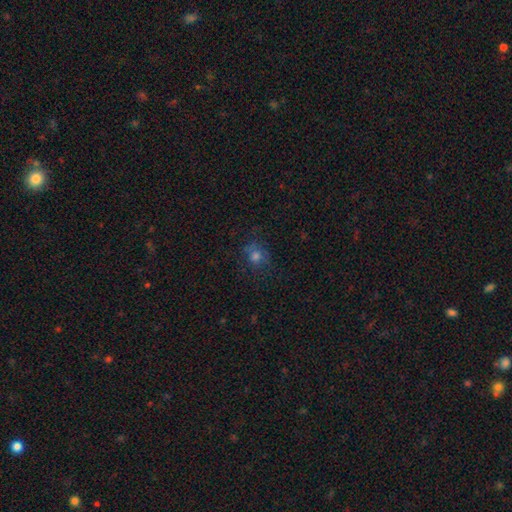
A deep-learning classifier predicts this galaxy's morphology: Smooth or featured? smooth (65%)
How rounded? round (76%)
Merging? none (74%)